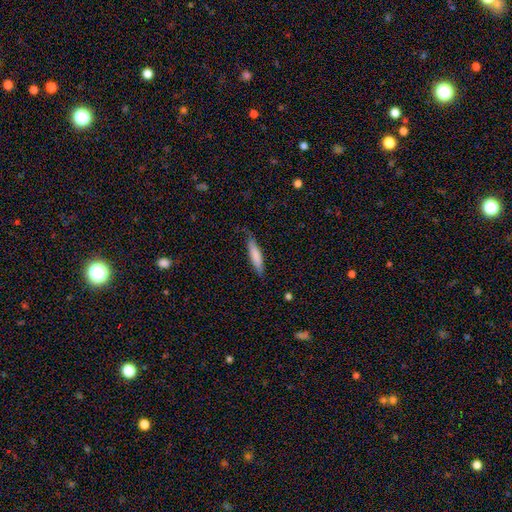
A smooth galaxy with no disk features (76%) that is cigar-shaped (86%). Merging: none (74%).